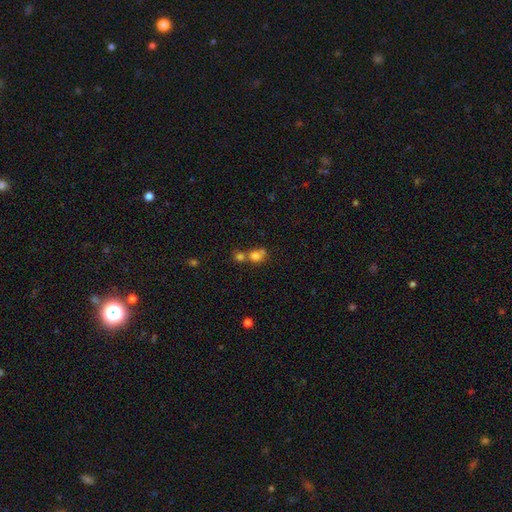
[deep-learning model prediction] Smooth or featured? smooth (76%)
How rounded? round (66%)
Merging? merger (56%)